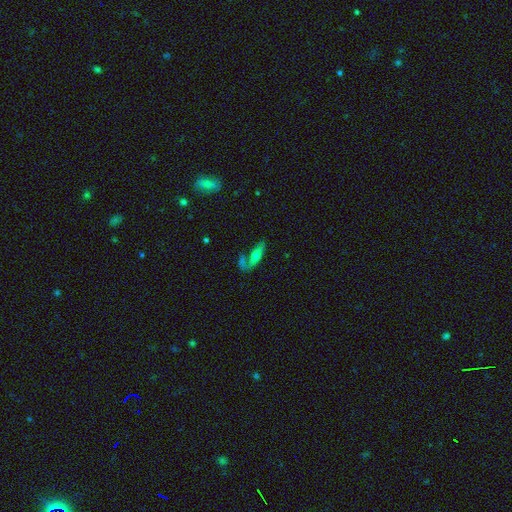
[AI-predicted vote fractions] Smooth or featured? smooth (53%)
How rounded? cigar-shaped (50%)
Merging? none (50%)